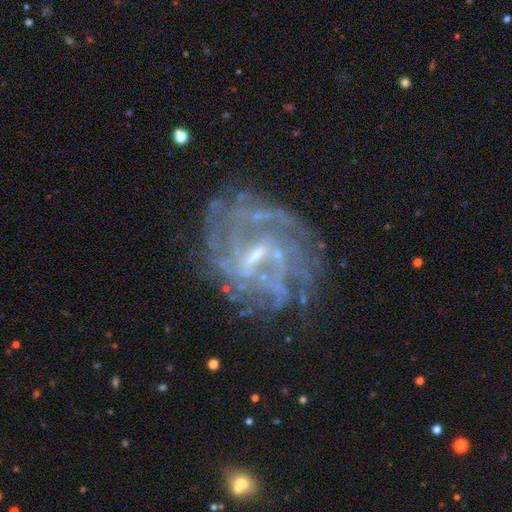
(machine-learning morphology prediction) Smooth or featured? featured or disk (87%)
Edge-on disk? no (97%)
Bar? weak (50%)
Spiral arms? yes (91%)
Spiral winding? tight (52%)
Spiral arm count? can't tell (35%)
Bulge size? small (64%)
Merging? none (64%)